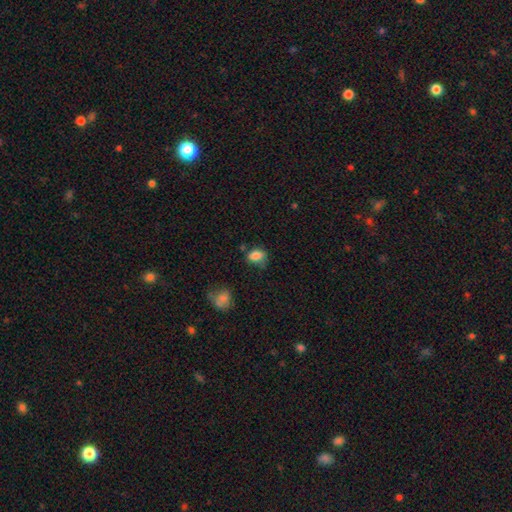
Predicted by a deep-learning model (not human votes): The model was most divided on "merging": none: 61%, minor disturbance: 27%, major disturbance: 7%, merger: 5%. More confident: smooth or featured — smooth (83%); how rounded — in between (74%).